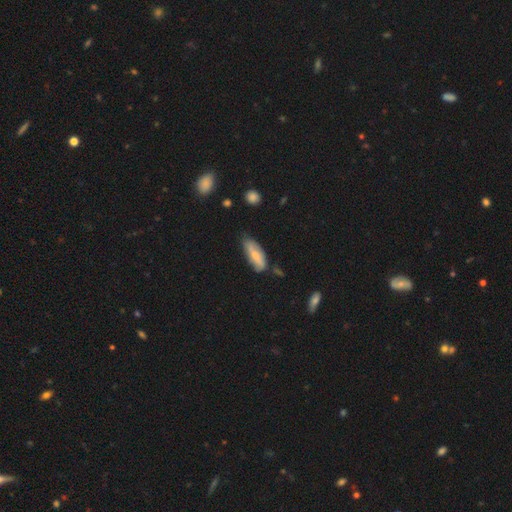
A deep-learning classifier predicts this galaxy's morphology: smooth-or-featured: smooth: 62% | featured or disk: 32% | star or artifact: 6%
  how-rounded: in between: 70% | cigar-shaped: 28% | round: 2%
  merging: none: 58% | minor disturbance: 32% | major disturbance: 7% | merger: 4%